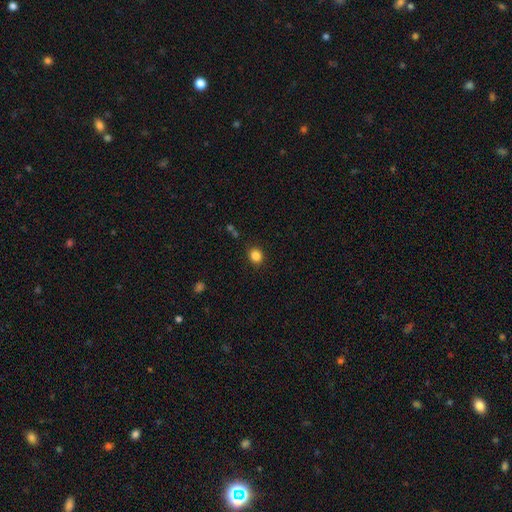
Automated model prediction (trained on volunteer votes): A smooth galaxy with no disk features (84%) that is round (73%). Merging: none (88%).